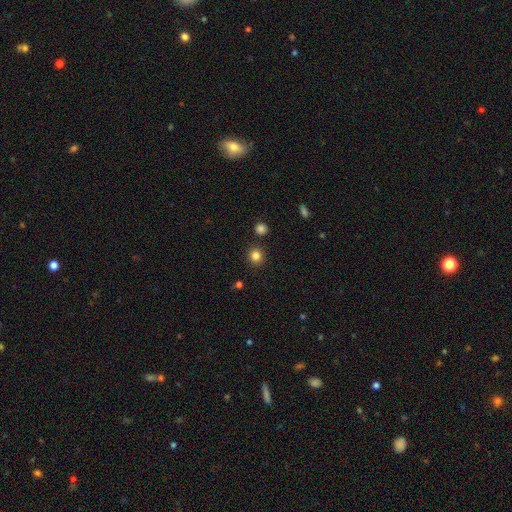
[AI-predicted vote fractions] The model was most divided on "smooth or featured": smooth: 84%, star or artifact: 12%, featured or disk: 4%. More confident: how rounded — round (92%); merging — none (89%).